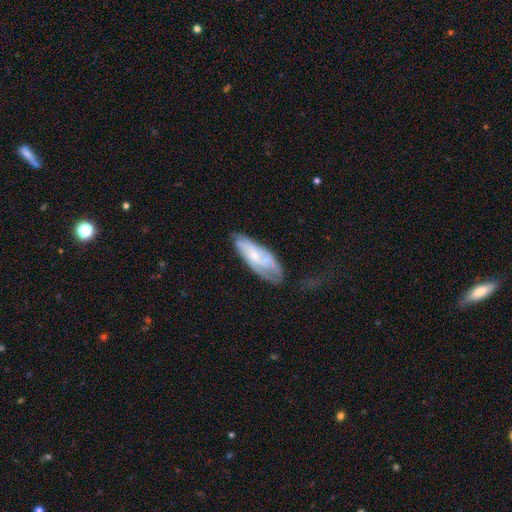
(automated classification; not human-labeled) A featured or disk galaxy (56%). Merging: none (57%).